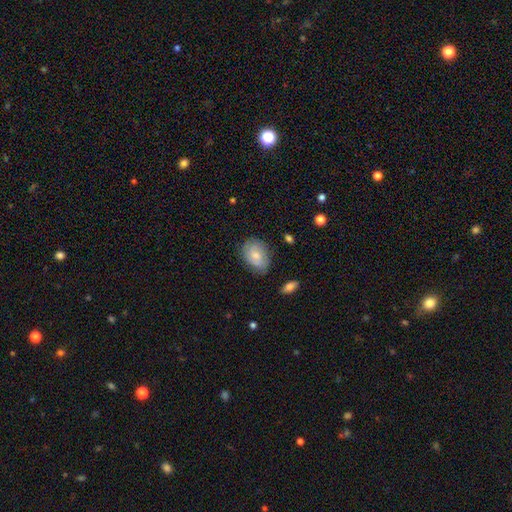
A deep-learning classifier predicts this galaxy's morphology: Q: Smooth or featured?
A: smooth (64%); runner-up: featured or disk (29%)
Q: How rounded?
A: in between (74%); runner-up: round (25%)
Q: Merging?
A: none (73%); runner-up: minor disturbance (21%)